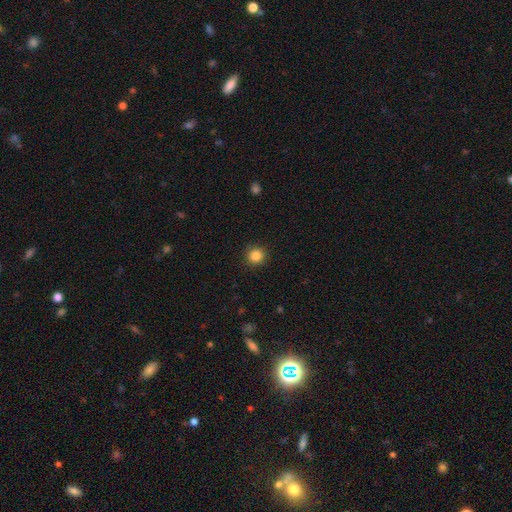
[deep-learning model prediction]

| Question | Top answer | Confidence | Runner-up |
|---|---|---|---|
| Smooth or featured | smooth | 85% | star or artifact (11%) |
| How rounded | round | 94% | in between (5%) |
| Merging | none | 91% | minor disturbance (6%) |